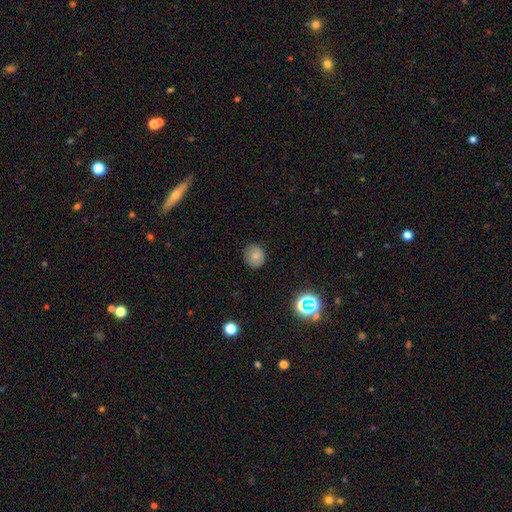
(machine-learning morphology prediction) type=smooth (78%); roundness=round (80%); merging=none (83%).